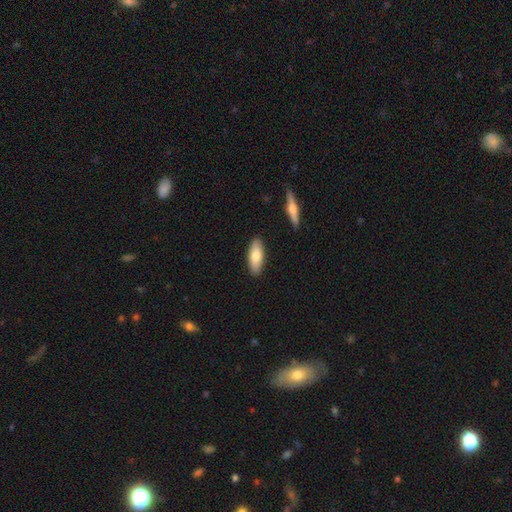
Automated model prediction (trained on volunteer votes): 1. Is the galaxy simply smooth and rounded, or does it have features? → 78% smooth, 16% featured or disk, 6% star or artifact.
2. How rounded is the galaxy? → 74% in between, 24% cigar-shaped, 2% round.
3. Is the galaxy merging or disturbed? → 88% none, 9% minor disturbance, 2% merger, 2% major disturbance.